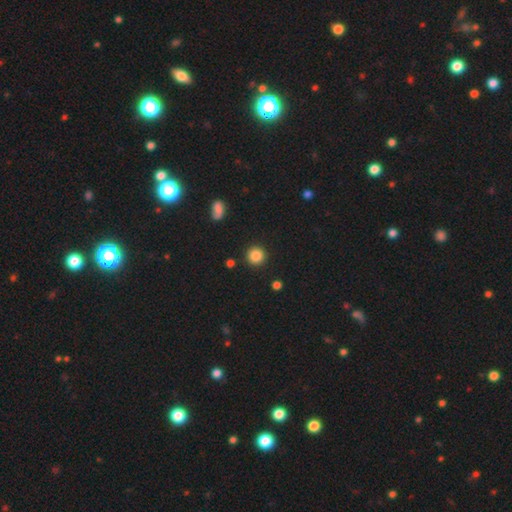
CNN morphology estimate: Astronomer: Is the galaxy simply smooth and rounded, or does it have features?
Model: smooth — 85%.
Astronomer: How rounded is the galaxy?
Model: round — 94%.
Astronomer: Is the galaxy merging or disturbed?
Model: none — 90%.